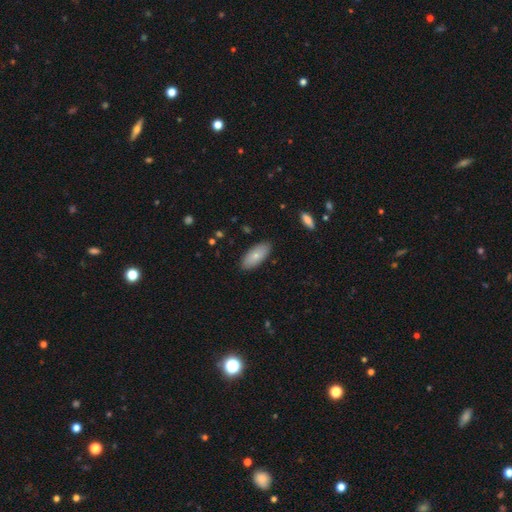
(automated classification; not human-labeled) smooth-or-featured: smooth: 80% | featured or disk: 14% | star or artifact: 6%
  how-rounded: in between: 87% | cigar-shaped: 11% | round: 2%
  merging: none: 87% | minor disturbance: 10% | major disturbance: 2% | merger: 1%